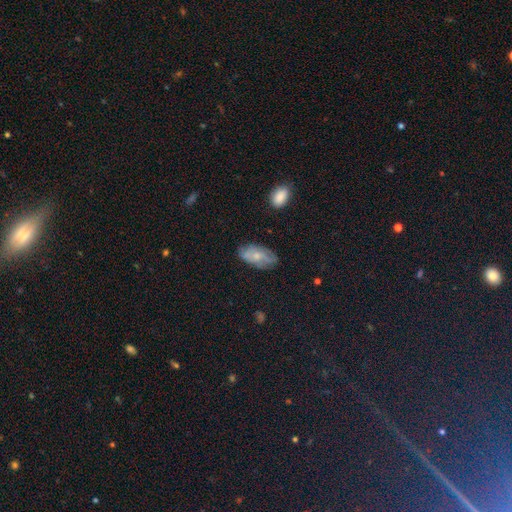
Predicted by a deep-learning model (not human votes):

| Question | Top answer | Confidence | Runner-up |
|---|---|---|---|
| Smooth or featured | smooth | 50% | featured or disk (42%) |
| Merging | none | 68% | minor disturbance (24%) |